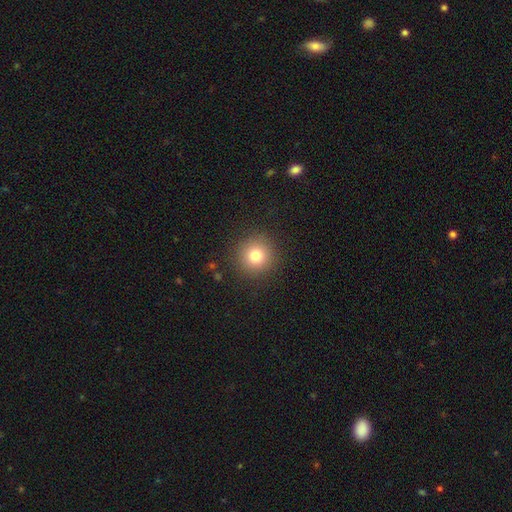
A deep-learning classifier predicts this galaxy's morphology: Smooth or featured? smooth (79%)
How rounded? round (95%)
Merging? none (90%)